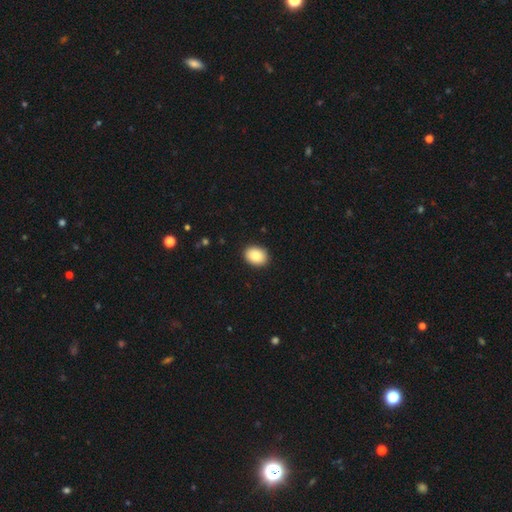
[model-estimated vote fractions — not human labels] The model was most divided on "how rounded": in between: 64%, round: 35%, cigar-shaped: 1%. More confident: merging — none (91%); smooth or featured — smooth (87%).